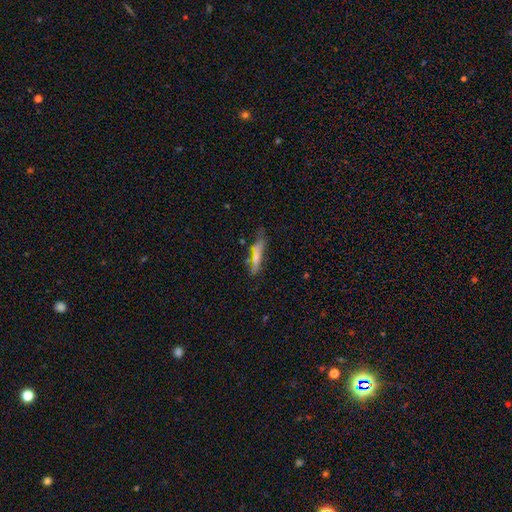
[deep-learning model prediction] A smooth galaxy with no disk features (61%) that is cigar-shaped (82%).

Vote fractions:
- Smooth or featured? smooth: 61% / featured or disk: 31% / star or artifact: 8%
- How rounded? cigar-shaped: 82% / in between: 16% / round: 2%
- Merging? none: 57% / minor disturbance: 27% / major disturbance: 10% / merger: 6%